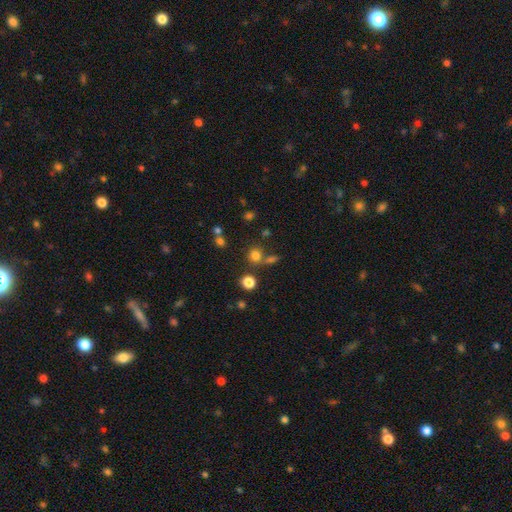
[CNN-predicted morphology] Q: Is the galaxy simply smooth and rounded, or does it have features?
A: smooth — 75%.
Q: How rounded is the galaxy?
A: round — 84%.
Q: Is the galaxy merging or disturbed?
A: none — 70%.